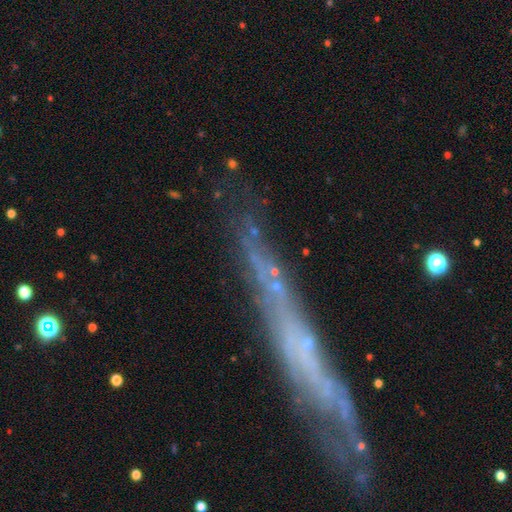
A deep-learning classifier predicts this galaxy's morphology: Overall: featured or disk (64%; smooth 24%). Edge-on disk: yes (77%). Merging: none (72%).